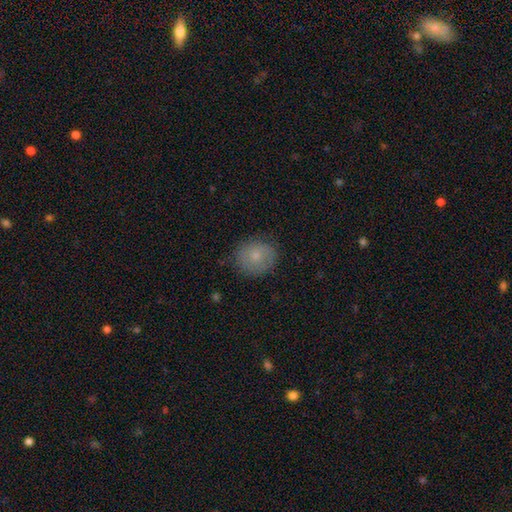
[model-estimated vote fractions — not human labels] A smooth galaxy with no disk features (73%) that is round (78%). Merging: none (81%).